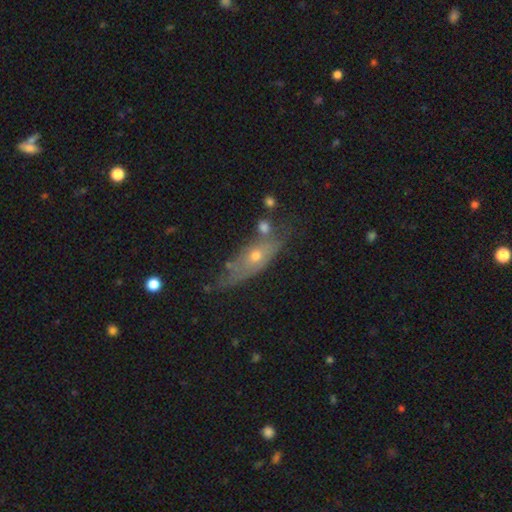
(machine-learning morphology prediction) A featured or disk galaxy (53%).

Vote fractions:
- Smooth or featured? featured or disk: 53% / smooth: 35% / star or artifact: 12%
- Edge-on disk? no: 54% / yes: 46%
- Merging? none: 55% / minor disturbance: 25% / major disturbance: 11% / merger: 9%